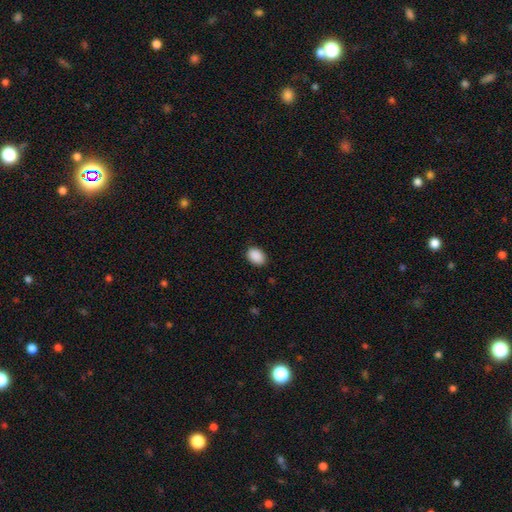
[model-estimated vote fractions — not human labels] smooth-or-featured: smooth: 90% | star or artifact: 7% | featured or disk: 2%
  how-rounded: in between: 80% | round: 19% | cigar-shaped: 1%
  merging: none: 87% | minor disturbance: 9% | major disturbance: 2% | merger: 1%